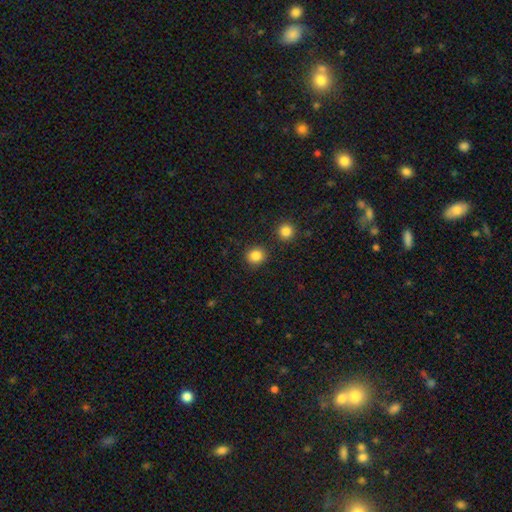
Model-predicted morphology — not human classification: Smooth or featured: smooth — 85% (star or artifact — 11%)
How rounded: round — 86% (in between — 14%)
Merging: none — 87% (minor disturbance — 7%)